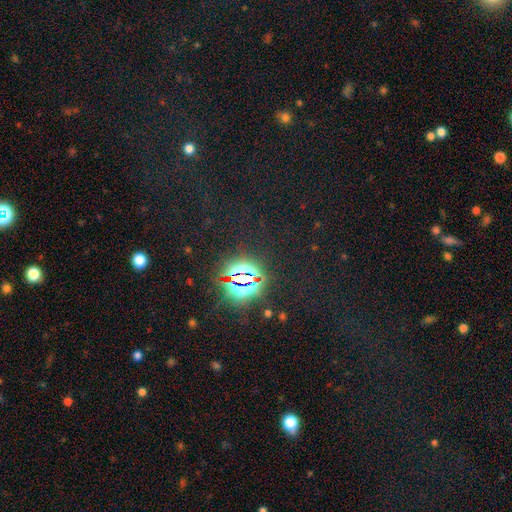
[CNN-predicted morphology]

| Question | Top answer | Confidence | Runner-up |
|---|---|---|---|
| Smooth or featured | star or artifact | 76% | smooth (16%) |